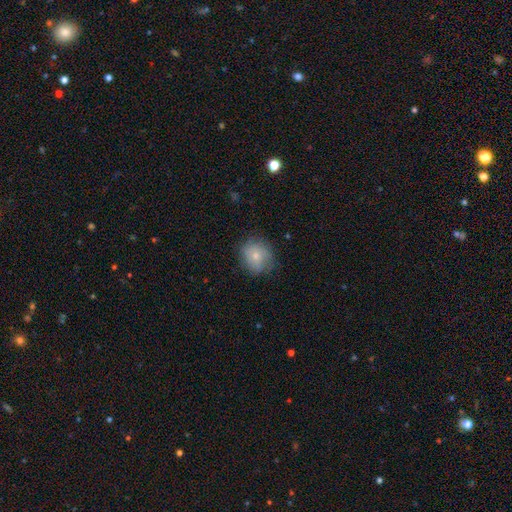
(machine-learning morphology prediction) smooth-or-featured: smooth: 72% | featured or disk: 19% | star or artifact: 9%
  how-rounded: round: 78% | in between: 21% | cigar-shaped: 1%
  merging: none: 71% | minor disturbance: 21% | major disturbance: 7% | merger: 1%